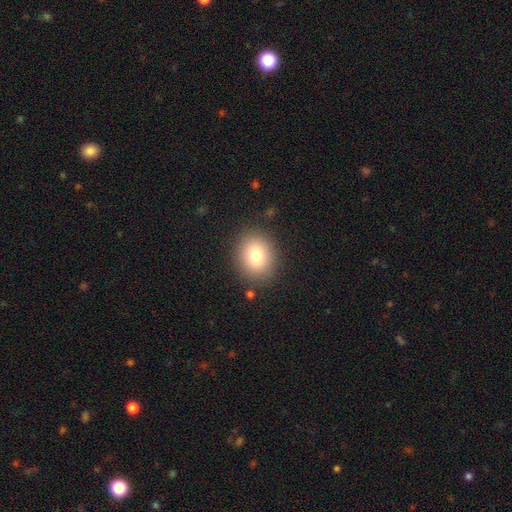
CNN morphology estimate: type=smooth (77%); roundness=round (70%); merging=none (87%).